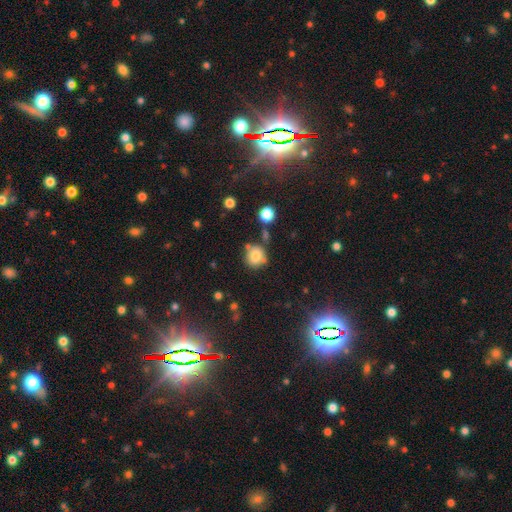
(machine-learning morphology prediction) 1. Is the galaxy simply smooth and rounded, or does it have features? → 78% smooth, 12% star or artifact, 10% featured or disk.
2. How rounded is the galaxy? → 86% round, 13% in between, 1% cigar-shaped.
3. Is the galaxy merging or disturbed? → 68% none, 16% minor disturbance, 11% merger, 4% major disturbance.